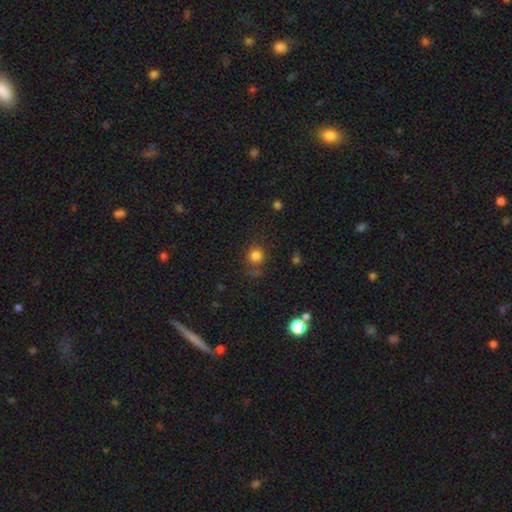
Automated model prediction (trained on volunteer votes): A smooth galaxy with no disk features (81%) that is round (90%). Merging: none (78%).